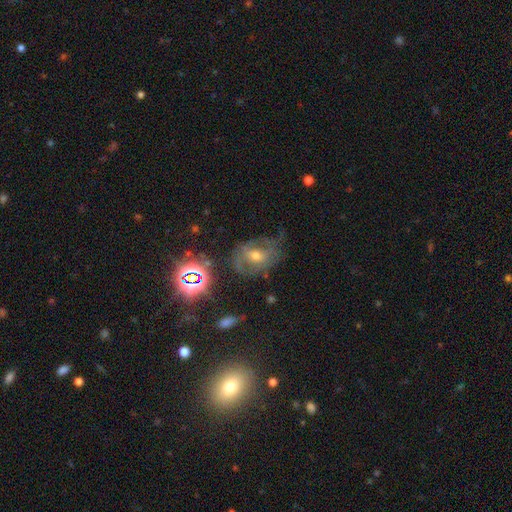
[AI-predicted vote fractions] This appears to be a featured or disk galaxy (54%) with no bar (49%), spiral arms (64%) and a moderate central bulge (62%). Merging: none (49%).